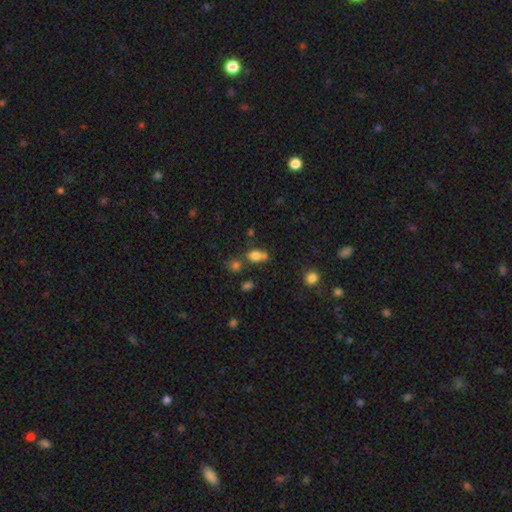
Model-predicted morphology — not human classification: Smooth or featured: smooth — 75% (star or artifact — 15%)
How rounded: in between — 61% (round — 36%)
Merging: none — 42% (merger — 37%)